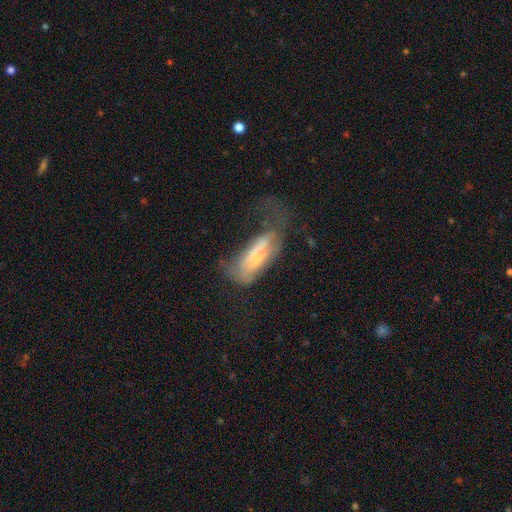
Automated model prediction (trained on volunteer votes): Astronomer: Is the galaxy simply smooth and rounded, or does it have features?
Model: smooth — 52% (runner-up: featured or disk, 38%).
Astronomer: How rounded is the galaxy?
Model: in between — 69%.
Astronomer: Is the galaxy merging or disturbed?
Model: major disturbance — 56%.